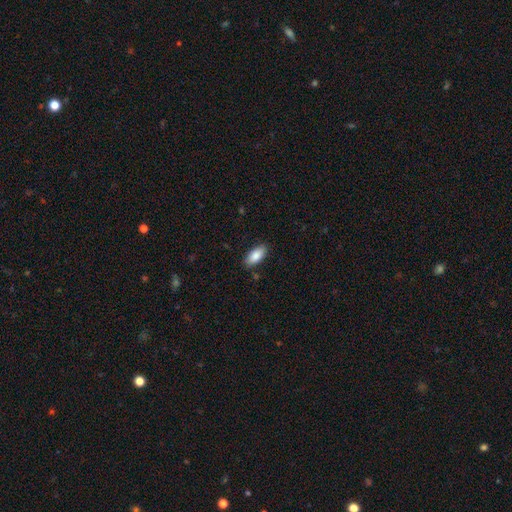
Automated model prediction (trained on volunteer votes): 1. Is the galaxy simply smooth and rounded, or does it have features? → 86% smooth, 8% featured or disk, 6% star or artifact.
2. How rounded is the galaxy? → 89% in between, 9% cigar-shaped, 2% round.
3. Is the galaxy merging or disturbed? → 86% none, 11% minor disturbance, 2% major disturbance, 1% merger.